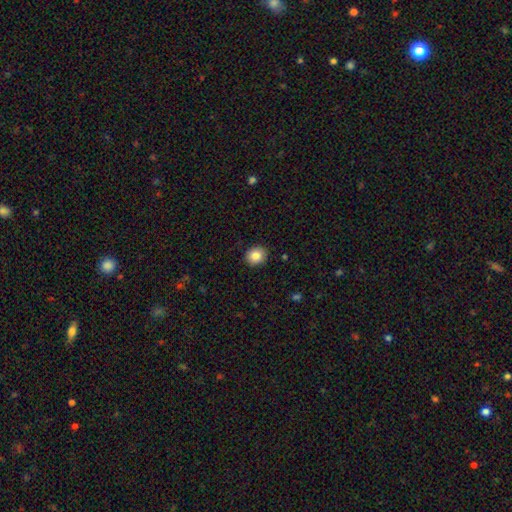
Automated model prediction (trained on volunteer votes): smooth-or-featured: smooth: 84% | star or artifact: 9% | featured or disk: 7%
  how-rounded: round: 78% | in between: 21% | cigar-shaped: 1%
  merging: none: 92% | minor disturbance: 6% | major disturbance: 2% | merger: 1%